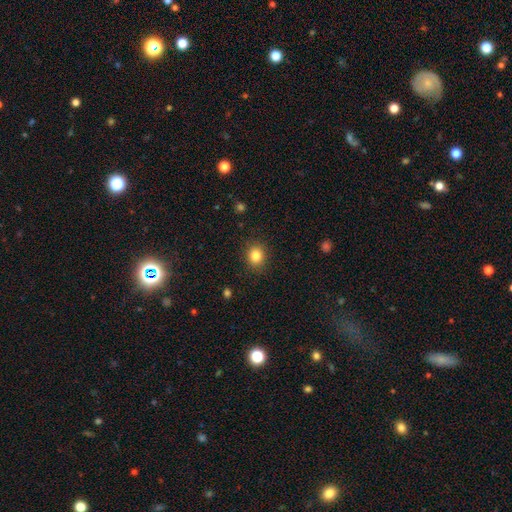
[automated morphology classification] type=smooth (84%); roundness=round (78%); merging=none (89%).